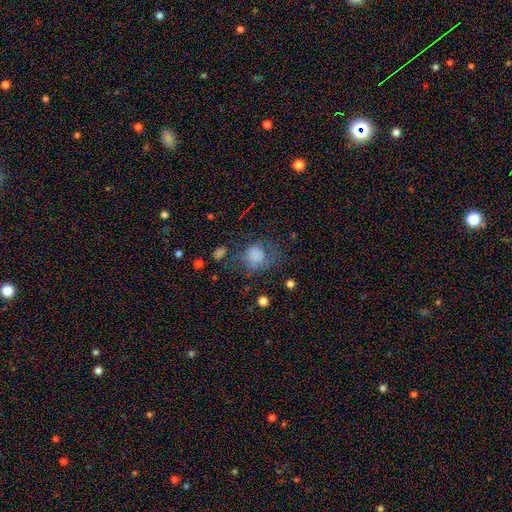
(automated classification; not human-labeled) Smooth or featured?
  - smooth: 73% *
  - featured or disk: 15%
  - star or artifact: 13%
How rounded?
  - round: 69% *
  - in between: 30%
  - cigar-shaped: 1%
Merging?
  - none: 45% *
  - major disturbance: 27%
  - minor disturbance: 24%
  - merger: 4%